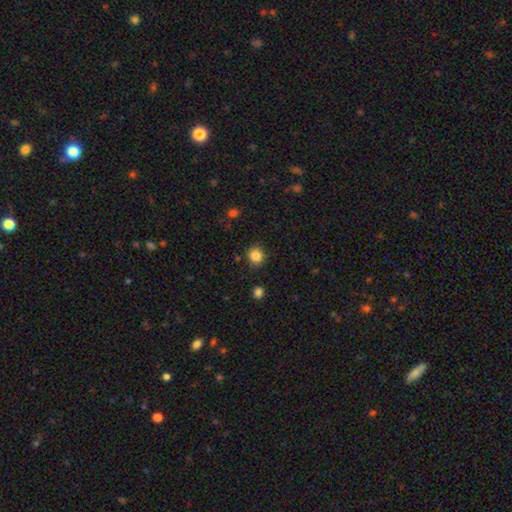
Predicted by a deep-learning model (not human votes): smooth 85%, star or artifact 11%, featured or disk 4%. Down the decision tree: how rounded — round (84%); merging — none (86%).